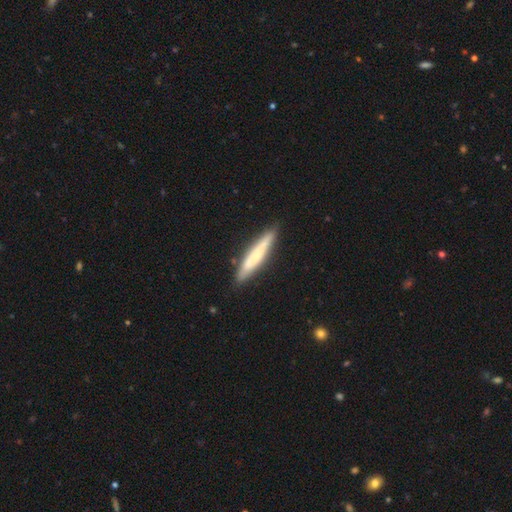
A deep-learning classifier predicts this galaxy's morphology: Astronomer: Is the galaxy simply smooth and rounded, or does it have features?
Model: smooth — 60%.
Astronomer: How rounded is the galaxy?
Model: cigar-shaped — 93%.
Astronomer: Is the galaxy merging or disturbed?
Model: none — 85%.